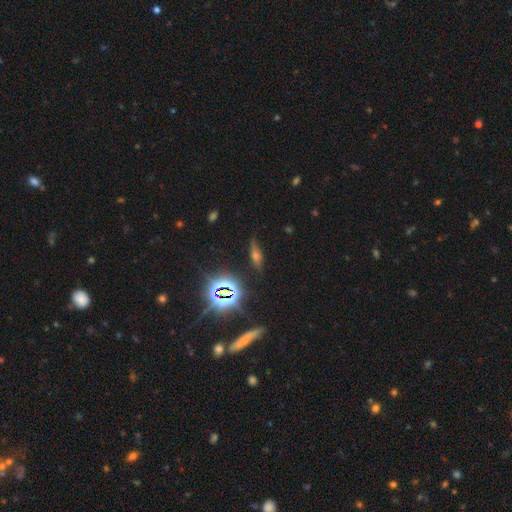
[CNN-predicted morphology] type=star or artifact (38%).